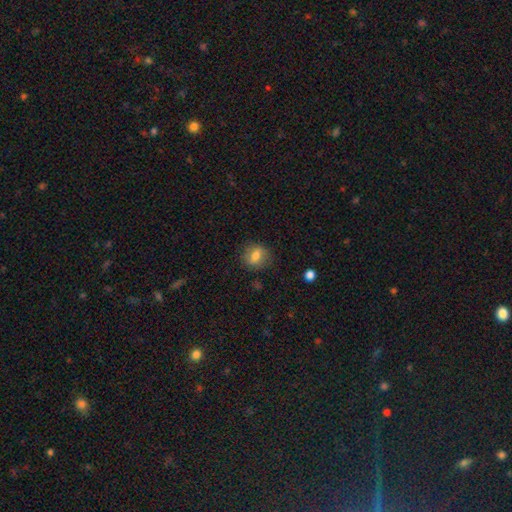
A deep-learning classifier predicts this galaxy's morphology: The model was most divided on "how rounded": round: 59%, in between: 39%, cigar-shaped: 2%. More confident: merging — none (81%); smooth or featured — smooth (74%).